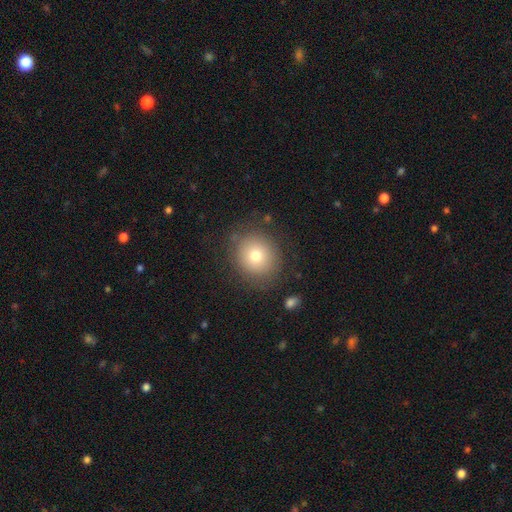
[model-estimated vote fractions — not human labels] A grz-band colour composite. It shows a smooth galaxy with no disk features (74%) that is round (81%). Merging: none (81%).